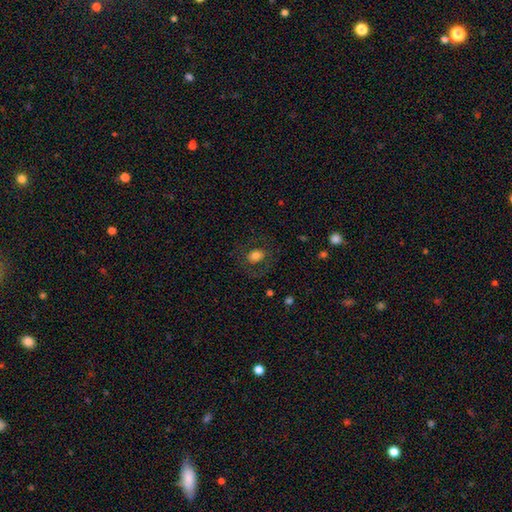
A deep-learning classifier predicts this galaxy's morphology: A smooth galaxy with no disk features (70%) that is round (55%). Merging: none (77%).